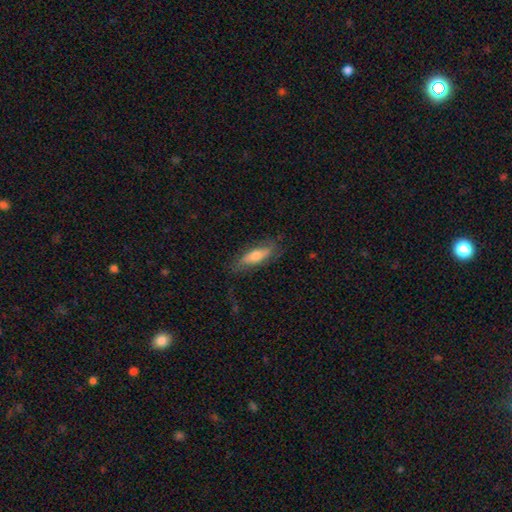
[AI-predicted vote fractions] Smooth or featured? smooth (60%)
How rounded? cigar-shaped (50%)
Merging? none (74%)